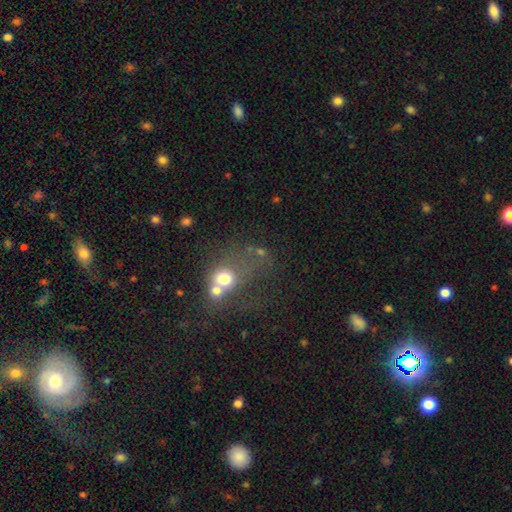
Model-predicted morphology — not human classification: Smooth or featured? smooth (52%)
How rounded? round (69%)
Merging? merger (48%)